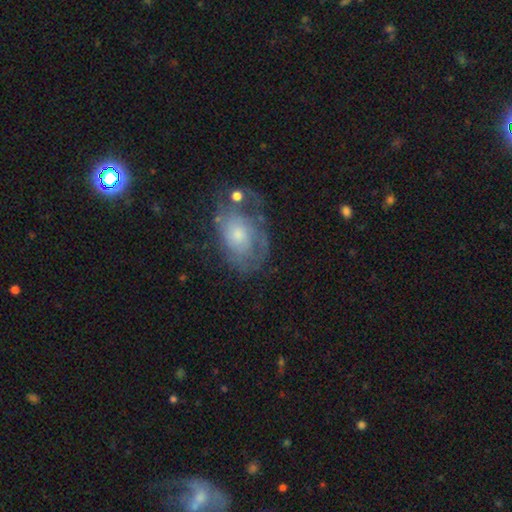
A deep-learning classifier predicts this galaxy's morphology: Q: Smooth or featured?
A: featured or disk (58%); runner-up: smooth (25%)
Q: Edge-on disk?
A: no (95%); runner-up: yes (5%)
Q: Bar?
A: no (82%); runner-up: weak (15%)
Q: Spiral arms?
A: yes (68%); runner-up: no (32%)
Q: Bulge size?
A: small (44%); tied with: moderate (44%)
Q: Merging?
A: none (60%); runner-up: minor disturbance (21%)